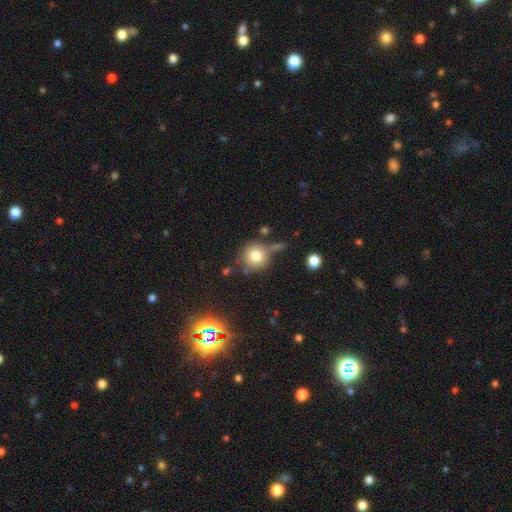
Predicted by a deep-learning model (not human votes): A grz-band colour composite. It shows a smooth galaxy with no disk features (77%) that is round (91%). Merging: none (66%).